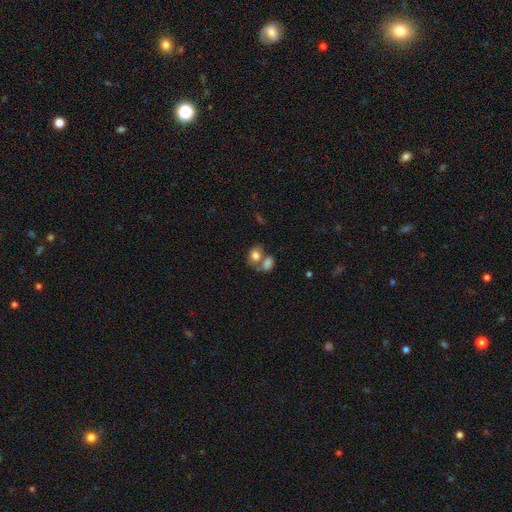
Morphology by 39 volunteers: Overall: smooth (77%). How rounded: in between (53%; round 43%). Merging: merger (58%; none 29%).